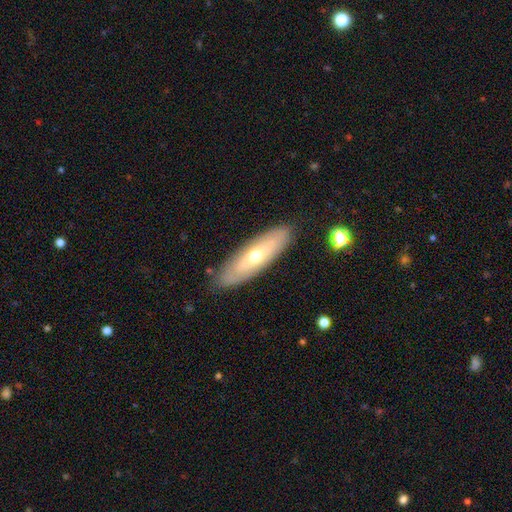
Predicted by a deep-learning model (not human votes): Overall: smooth (49%; featured or disk 45%). Merging: none (84%).